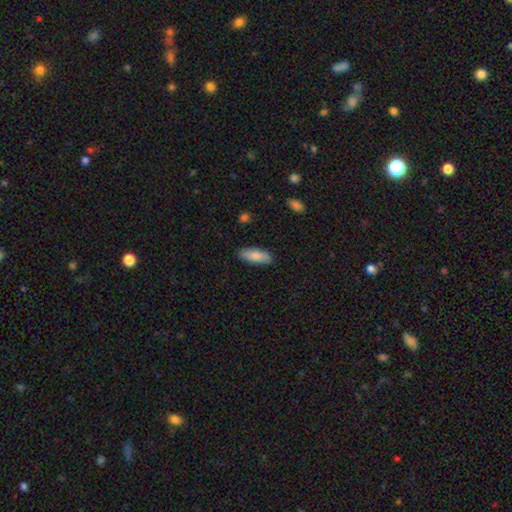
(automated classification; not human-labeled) Morphology: type=smooth (85%); roundness=in between (71%); merging=none (86%).